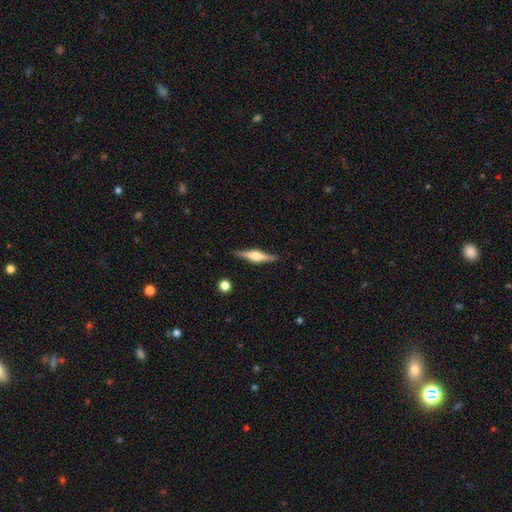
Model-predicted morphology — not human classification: smooth_or_featured: featured or disk (p=0.74) [alt: smooth p=0.20]
disk_edge_on: yes (p=0.98) [alt: no p=0.02]
edge_on_bulge: rounded (p=0.83) [alt: boxy p=0.14]
merging: none (p=0.89) [alt: minor disturbance p=0.08]